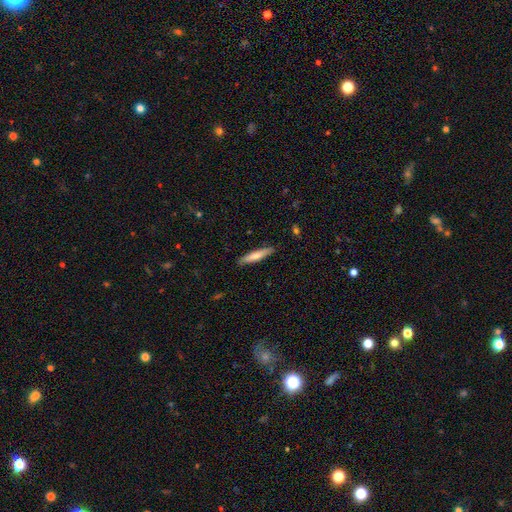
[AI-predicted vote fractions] Smooth or featured? Predicted: smooth (p=0.67). How rounded? Predicted: cigar-shaped (p=0.89). Merging? Predicted: none (p=0.89).